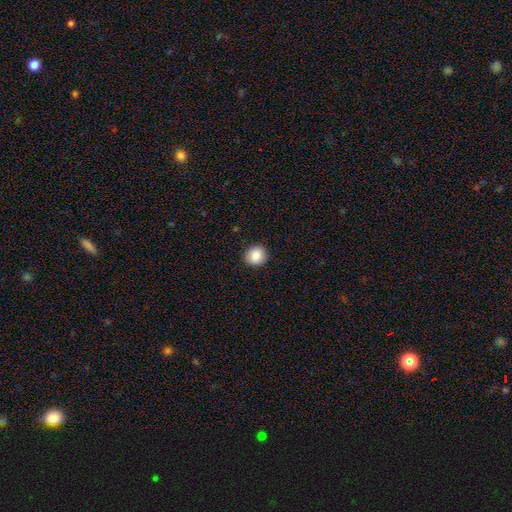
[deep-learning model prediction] A smooth galaxy with no disk features (88%) that is round (84%).

Vote fractions:
- Smooth or featured? smooth: 88% / star or artifact: 8% / featured or disk: 4%
- How rounded? round: 84% / in between: 15% / cigar-shaped: 1%
- Merging? none: 90% / minor disturbance: 7% / major disturbance: 2% / merger: 1%